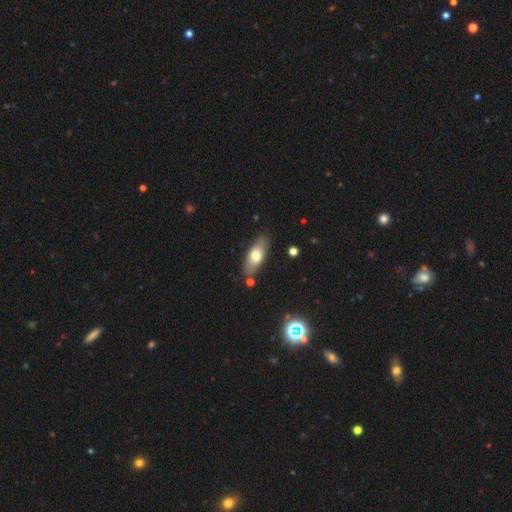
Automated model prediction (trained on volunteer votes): Smooth or featured? smooth (66%)
How rounded? in between (72%)
Merging? none (80%)